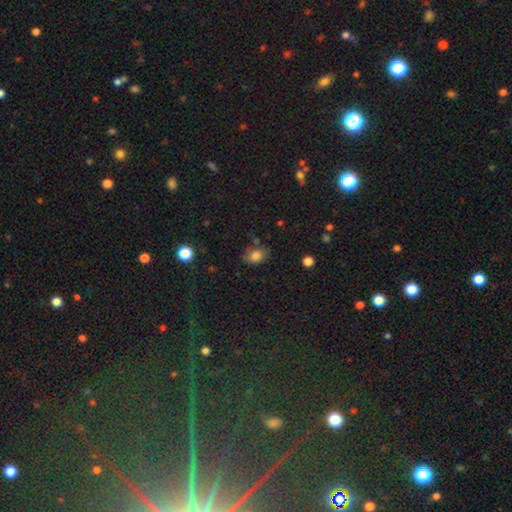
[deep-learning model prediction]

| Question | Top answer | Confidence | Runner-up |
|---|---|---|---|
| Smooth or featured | smooth | 81% | star or artifact (11%) |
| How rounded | in between | 76% | round (22%) |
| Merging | none | 66% | minor disturbance (23%) |